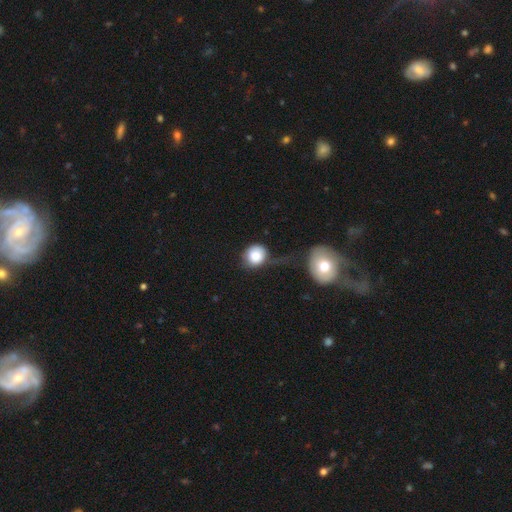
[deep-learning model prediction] This appears to be a smooth galaxy with no disk features (84%) that is round (76%). Merging: none (40%).